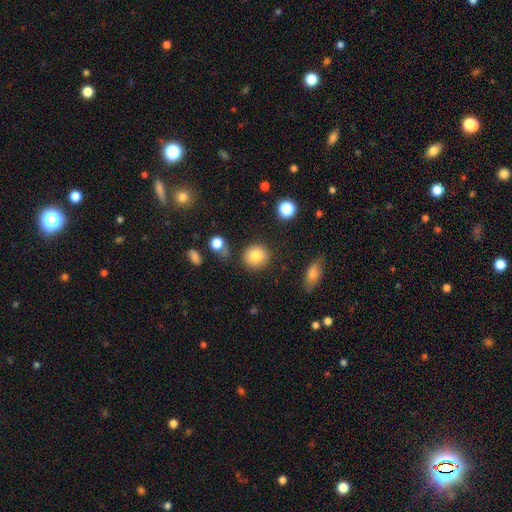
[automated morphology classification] This is clearly a smooth galaxy (83%). How rounded: clearly round (89%). Merging: clearly none (84%).